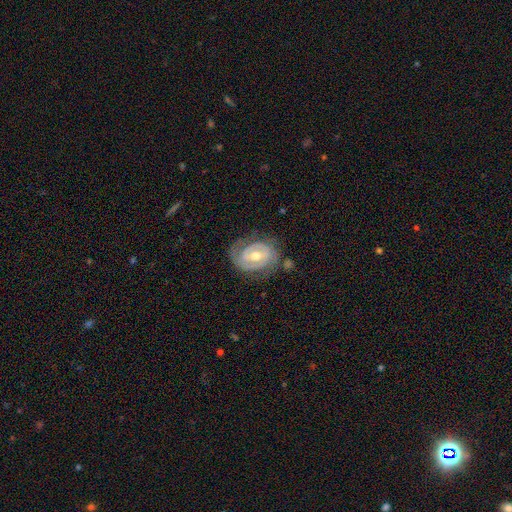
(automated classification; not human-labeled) Smooth or featured? featured or disk (83%)
Edge-on disk? no (97%)
Bar? weak (45%)
Spiral arms? yes (87%)
Spiral winding? tight (65%)
Spiral arm count? 2 (69%)
Bulge size? moderate (69%)
Merging? none (70%)